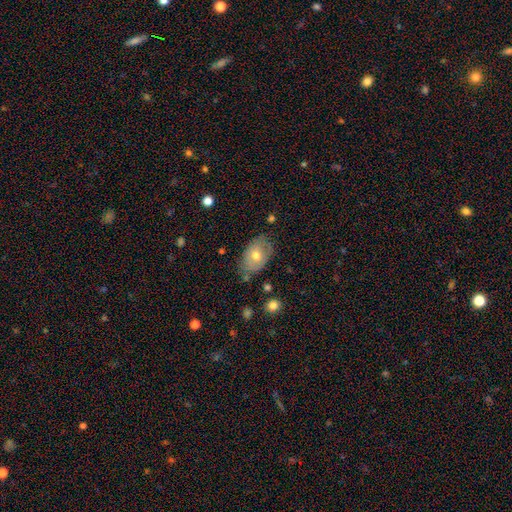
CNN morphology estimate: A smooth galaxy with no disk features (61%) that is in between round and cigar-shaped (87%).

Vote fractions:
- Smooth or featured? smooth: 61% / featured or disk: 31% / star or artifact: 8%
- How rounded? in between: 87% / round: 11% / cigar-shaped: 1%
- Merging? none: 69% / minor disturbance: 23% / major disturbance: 5% / merger: 3%